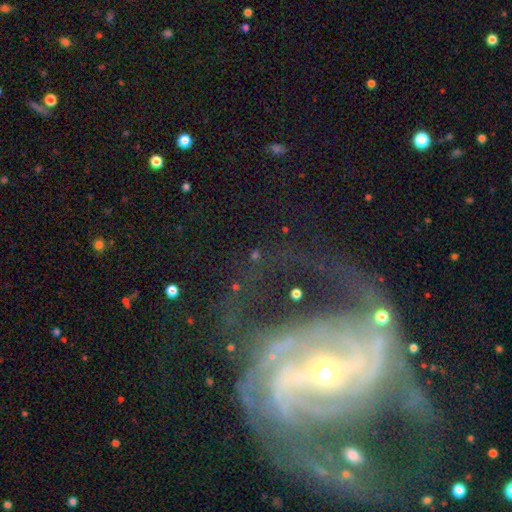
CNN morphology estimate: type=star or artifact (39%).